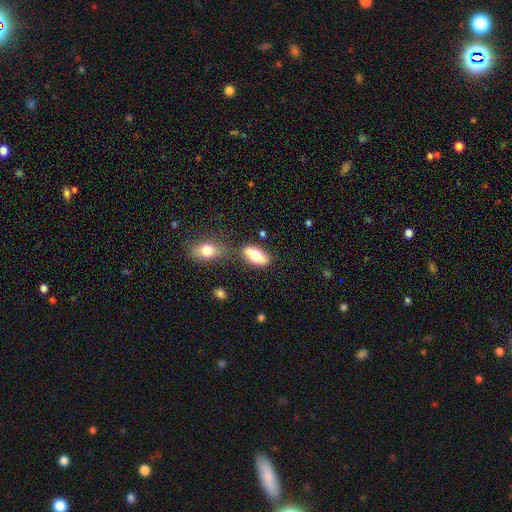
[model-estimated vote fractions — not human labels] This is likely a smooth galaxy (70%). How rounded: clearly in between (84%). Merging: likely none (70%).